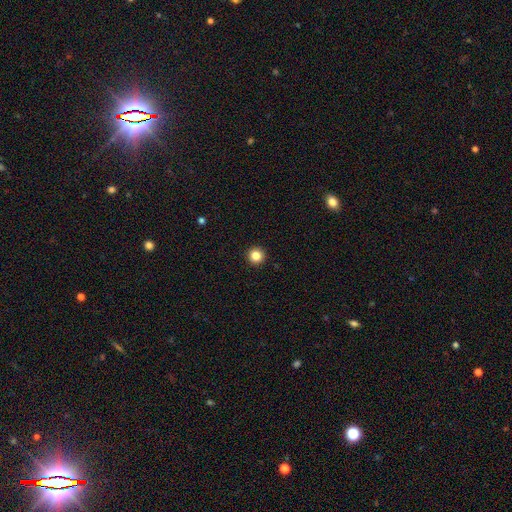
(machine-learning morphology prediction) This is clearly a smooth galaxy (84%). How rounded: clearly round (96%). Merging: clearly none (94%).